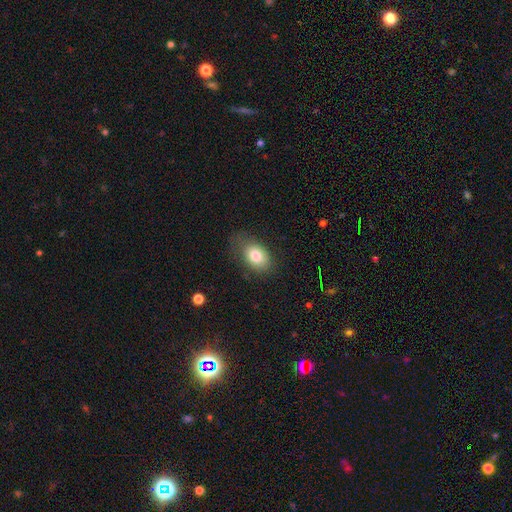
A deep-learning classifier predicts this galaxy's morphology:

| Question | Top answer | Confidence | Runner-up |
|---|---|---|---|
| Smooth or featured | smooth | 79% | featured or disk (12%) |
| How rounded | in between | 82% | round (17%) |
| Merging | none | 67% | minor disturbance (22%) |